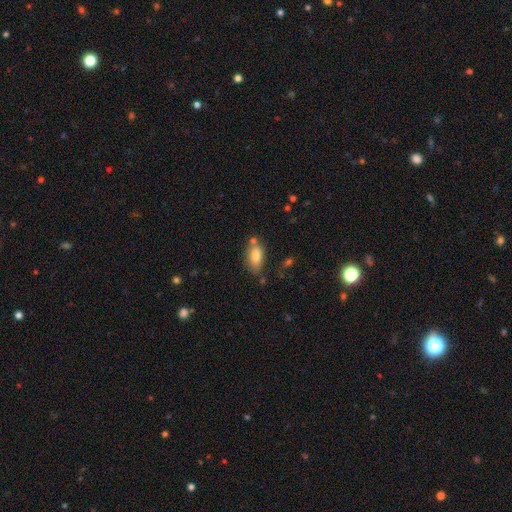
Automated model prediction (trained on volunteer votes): The model was most divided on "merging": none: 68%, minor disturbance: 17%, merger: 10%, major disturbance: 4%. More confident: how rounded — in between (89%); smooth or featured — smooth (81%).